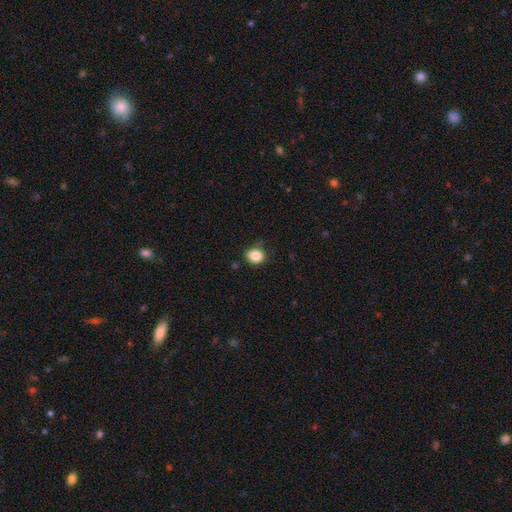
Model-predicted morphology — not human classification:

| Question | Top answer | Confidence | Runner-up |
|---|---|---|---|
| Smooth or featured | smooth | 85% | star or artifact (10%) |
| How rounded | round | 53% | in between (46%) |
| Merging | none | 74% | minor disturbance (20%) |